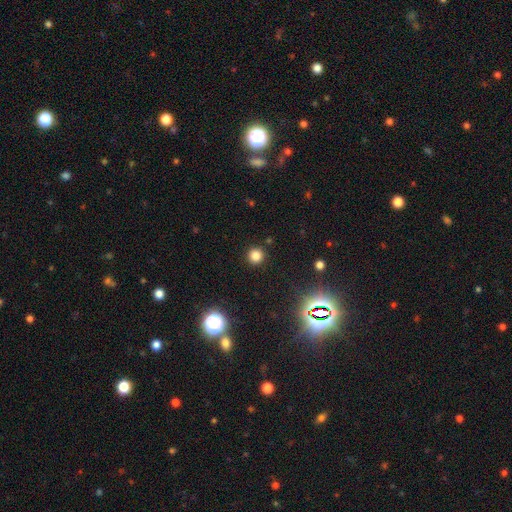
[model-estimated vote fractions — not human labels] A smooth galaxy with no disk features (79%) that is round (94%).

Vote fractions:
- Smooth or featured? smooth: 79% / star or artifact: 16% / featured or disk: 5%
- How rounded? round: 94% / in between: 5% / cigar-shaped: 1%
- Merging? none: 91% / minor disturbance: 5% / major disturbance: 2% / merger: 2%